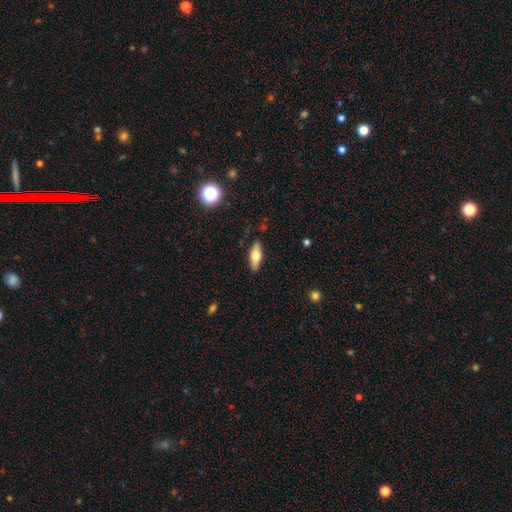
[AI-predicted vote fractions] Q: Smooth or featured?
A: smooth (64%); runner-up: featured or disk (29%)
Q: How rounded?
A: in between (66%); runner-up: cigar-shaped (31%)
Q: Merging?
A: none (87%); runner-up: minor disturbance (9%)